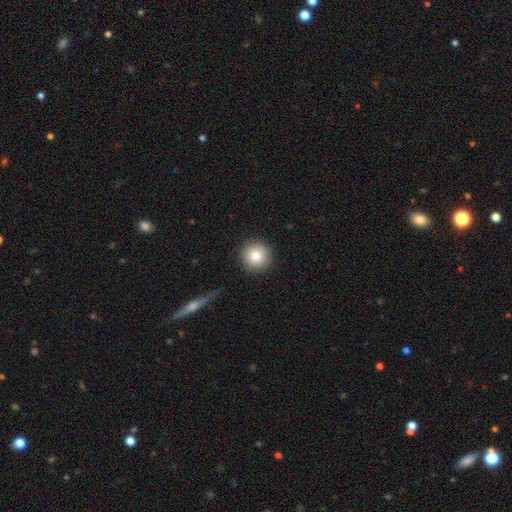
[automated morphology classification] This appears to be a smooth galaxy with no disk features (81%) that is round (95%). Merging: none (91%).